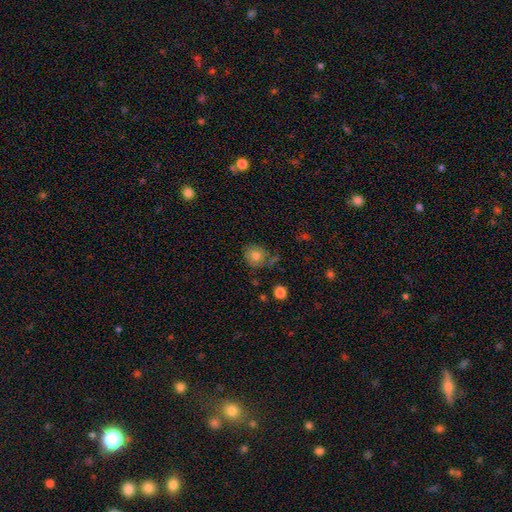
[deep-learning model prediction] A smooth galaxy with no disk features (77%) that is round (85%).

Vote fractions:
- Smooth or featured? smooth: 77% / featured or disk: 12% / star or artifact: 10%
- How rounded? round: 85% / in between: 14% / cigar-shaped: 1%
- Merging? none: 66% / minor disturbance: 20% / major disturbance: 7% / merger: 7%